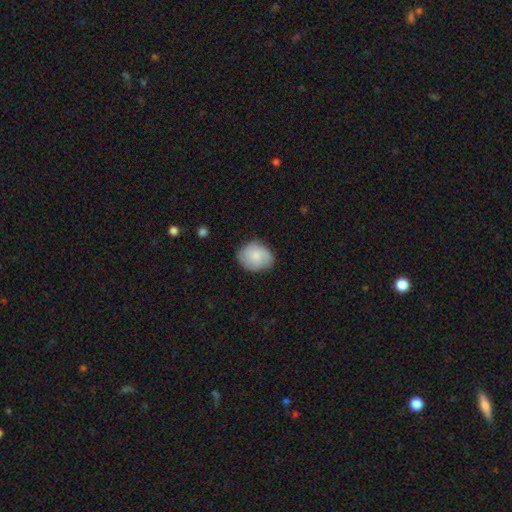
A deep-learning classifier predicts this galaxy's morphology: Smooth or featured: smooth — 78% (featured or disk — 16%)
How rounded: round — 55% (in between — 44%)
Merging: none — 72% (minor disturbance — 22%)